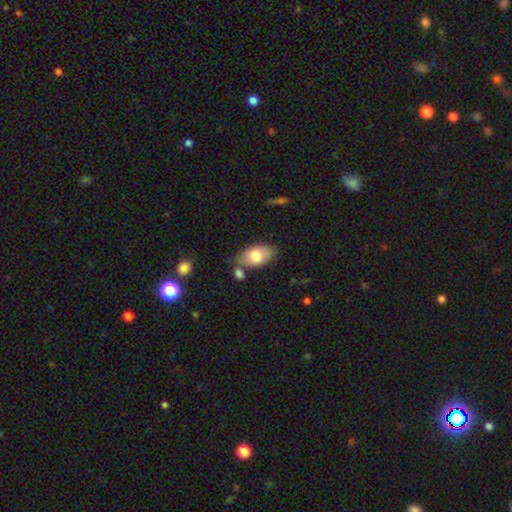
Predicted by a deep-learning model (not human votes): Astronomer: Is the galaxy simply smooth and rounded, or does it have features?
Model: smooth — 74%.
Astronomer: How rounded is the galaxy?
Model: in between — 93%.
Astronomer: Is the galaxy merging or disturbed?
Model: none — 68%.